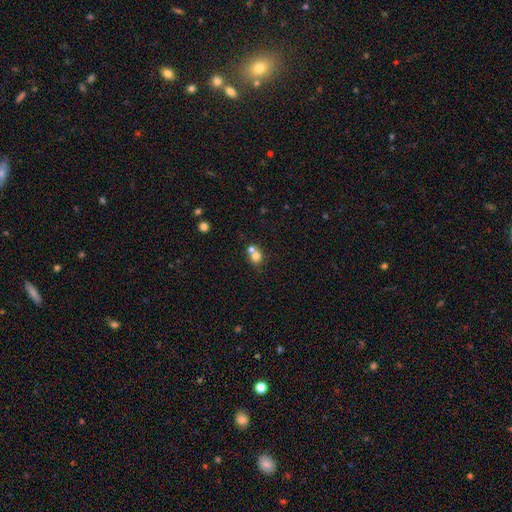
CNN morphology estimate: Smooth or featured? Predicted: smooth (p=0.75). How rounded? Predicted: round (p=0.77). Merging? Predicted: merger (p=0.51).